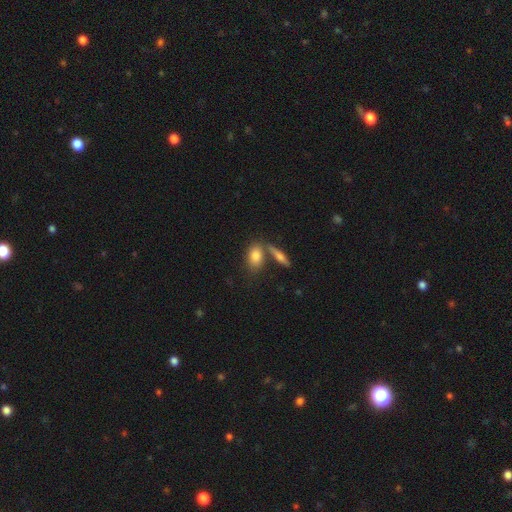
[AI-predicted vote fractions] Q: Smooth or featured?
A: smooth (79%); runner-up: featured or disk (13%)
Q: How rounded?
A: in between (80%); runner-up: round (13%)
Q: Merging?
A: none (55%); runner-up: merger (29%)